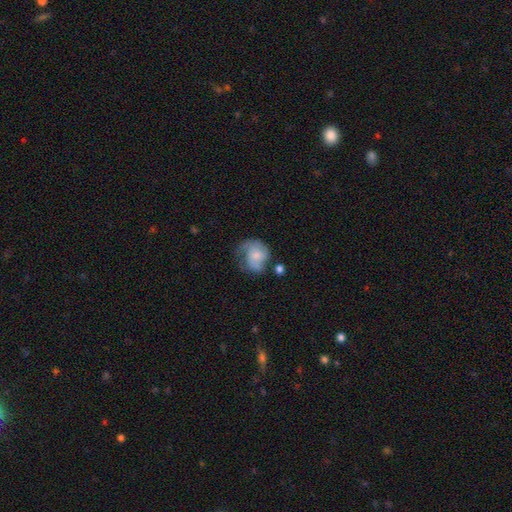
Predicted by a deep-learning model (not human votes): Overall: smooth (51%; featured or disk 41%). How rounded: round (61%; in between 38%). Merging: none (34%; major disturbance 30%).